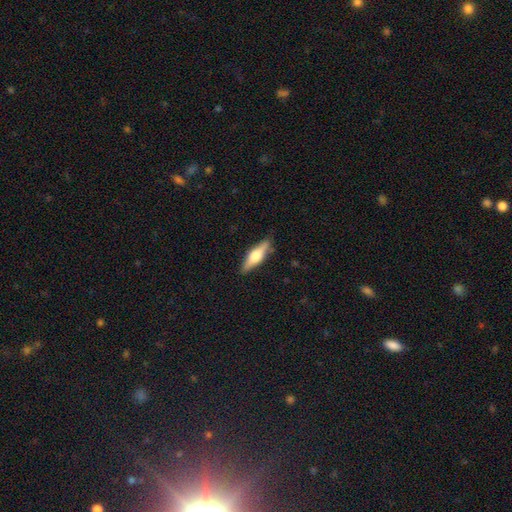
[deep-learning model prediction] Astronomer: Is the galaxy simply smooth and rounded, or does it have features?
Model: featured or disk — 51% (runner-up: smooth, 43%).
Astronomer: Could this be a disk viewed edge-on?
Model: yes — 94%.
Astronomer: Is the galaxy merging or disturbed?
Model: none — 86%.